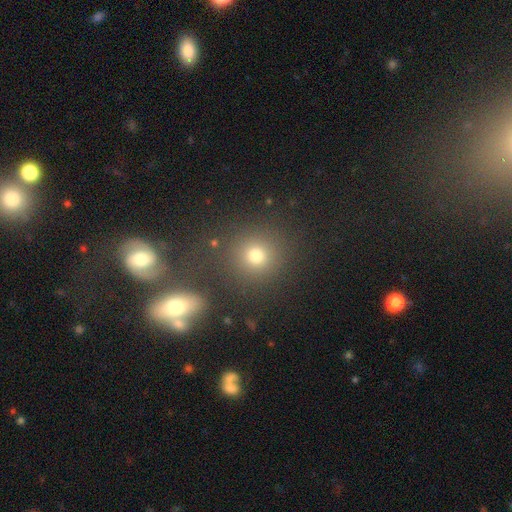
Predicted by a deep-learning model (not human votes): smooth 73%, star or artifact 19%, featured or disk 8%. Down the decision tree: how rounded — round (90%); merging — none (79%).